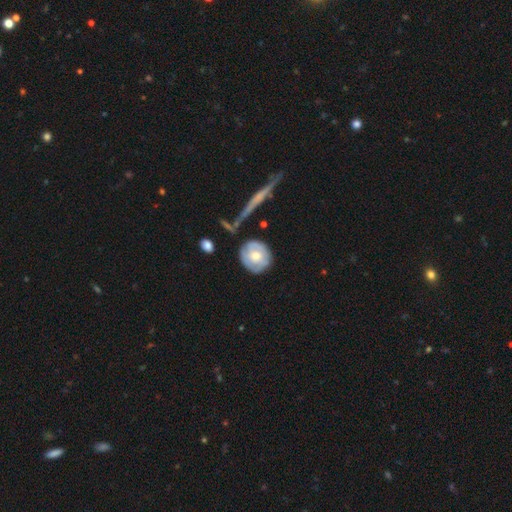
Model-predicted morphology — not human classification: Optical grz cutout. It shows a featured or disk galaxy (48%). Merging: none (71%).